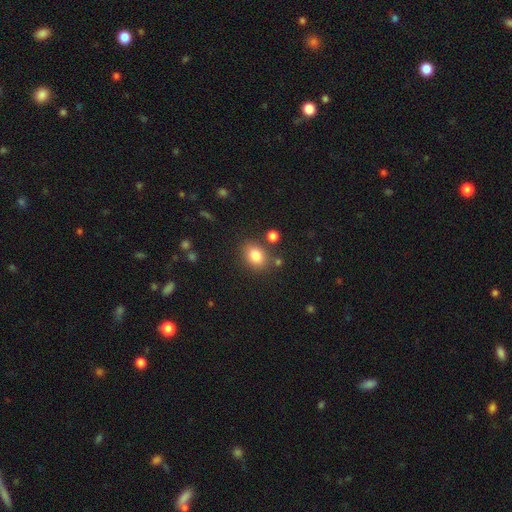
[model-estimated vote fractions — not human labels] A smooth galaxy with no disk features (83%) that is in between round and cigar-shaped (60%). Merging: none (78%).